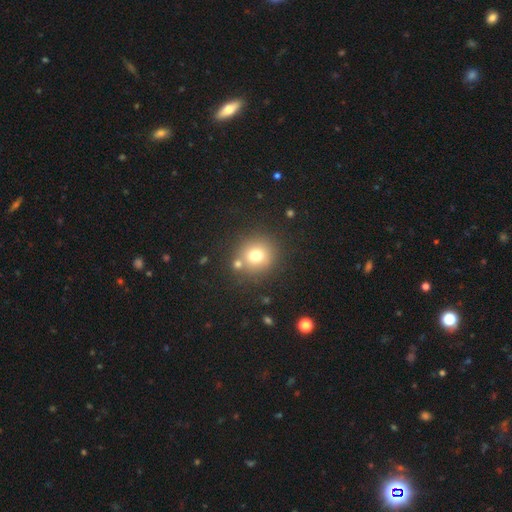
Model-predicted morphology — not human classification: smooth 73%, star or artifact 15%, featured or disk 12%. Down the decision tree: how rounded — round (87%); merging — none (75%).